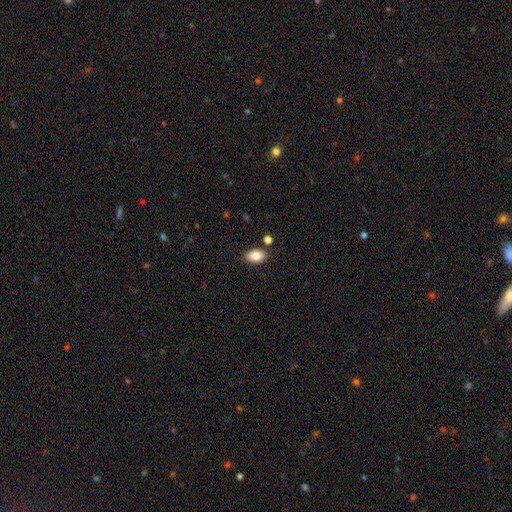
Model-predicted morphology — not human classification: The model was most divided on "merging": none: 82%, minor disturbance: 11%, merger: 5%, major disturbance: 3%. More confident: how rounded — in between (91%); smooth or featured — smooth (86%).